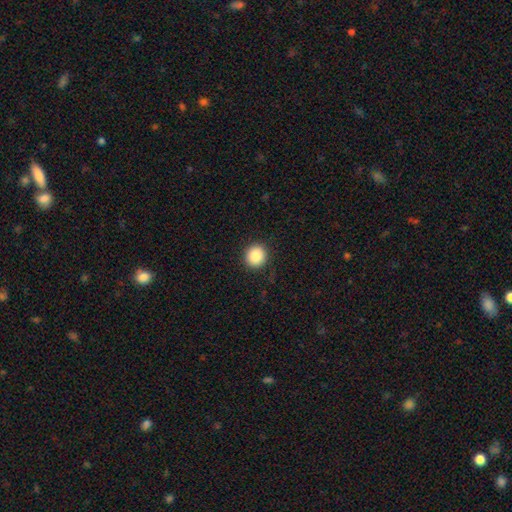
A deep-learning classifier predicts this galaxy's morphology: type=smooth (88%); roundness=round (90%); merging=none (91%).